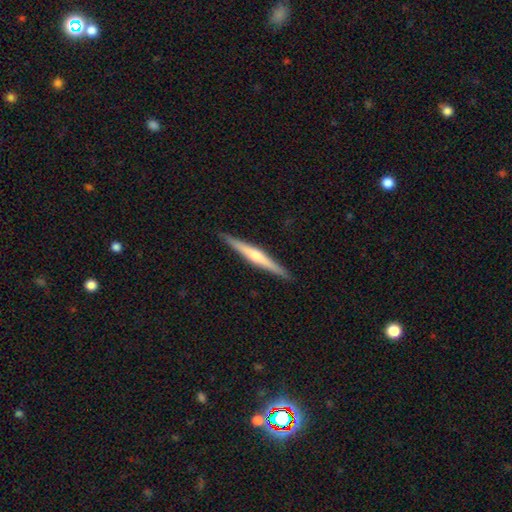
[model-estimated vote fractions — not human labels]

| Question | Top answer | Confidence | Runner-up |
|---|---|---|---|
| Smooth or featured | featured or disk | 63% | smooth (32%) |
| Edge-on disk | yes | 98% | no (2%) |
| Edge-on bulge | rounded | 67% | none (24%) |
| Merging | none | 92% | minor disturbance (6%) |